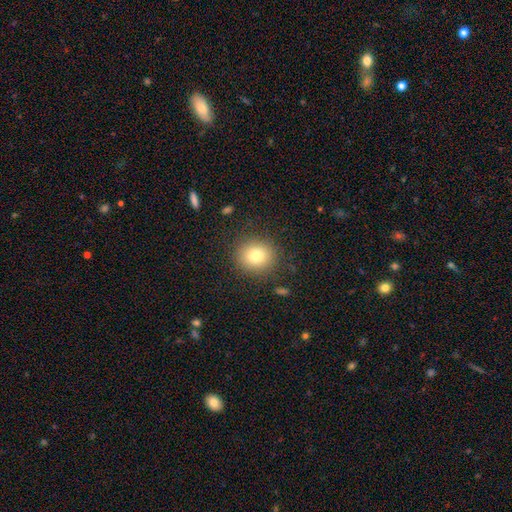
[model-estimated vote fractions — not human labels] Smooth or featured: smooth — 80% (star or artifact — 11%)
How rounded: round — 81% (in between — 18%)
Merging: none — 87% (minor disturbance — 8%)